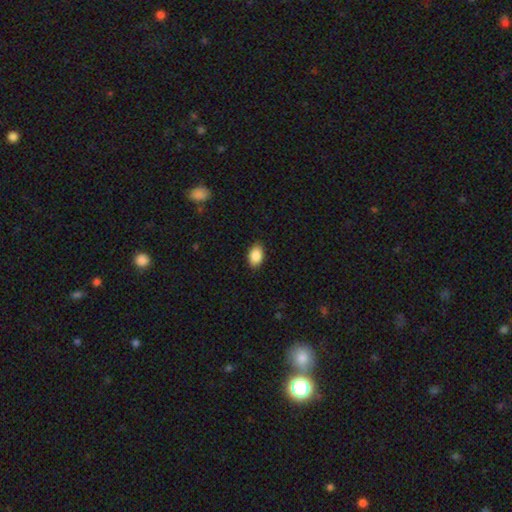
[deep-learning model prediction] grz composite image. It shows a smooth galaxy with no disk features (88%) that is in between round and cigar-shaped (89%). Merging: none (87%).